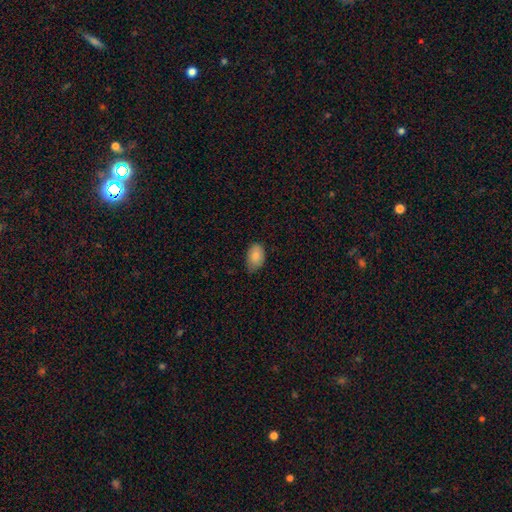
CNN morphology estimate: Q: Smooth or featured?
A: smooth (87%); runner-up: star or artifact (7%)
Q: How rounded?
A: in between (90%); runner-up: round (9%)
Q: Merging?
A: none (65%); runner-up: minor disturbance (30%)